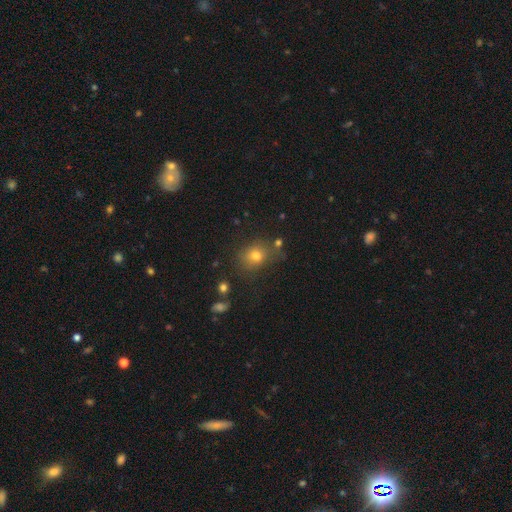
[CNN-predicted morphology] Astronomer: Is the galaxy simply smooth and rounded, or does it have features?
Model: smooth — 74%.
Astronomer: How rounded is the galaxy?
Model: round — 64%.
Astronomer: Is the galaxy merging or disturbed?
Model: none — 71%.